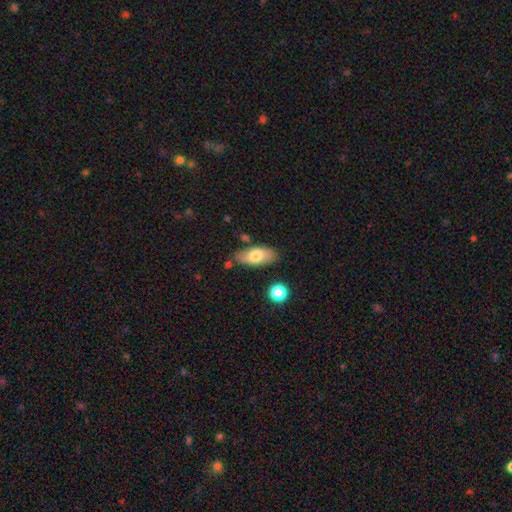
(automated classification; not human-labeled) Smooth or featured: smooth — 72% (featured or disk — 22%)
How rounded: in between — 87% (cigar-shaped — 10%)
Merging: none — 76% (minor disturbance — 16%)